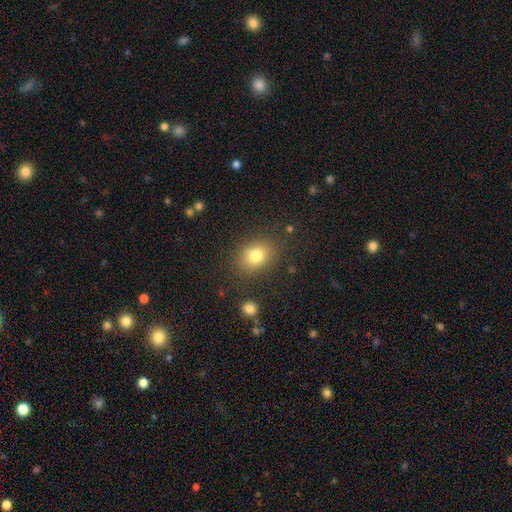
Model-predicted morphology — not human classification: smooth-or-featured: smooth: 80% | star or artifact: 11% | featured or disk: 9%
  how-rounded: in between: 60% | round: 39% | cigar-shaped: 1%
  merging: none: 81% | minor disturbance: 12% | major disturbance: 5% | merger: 2%